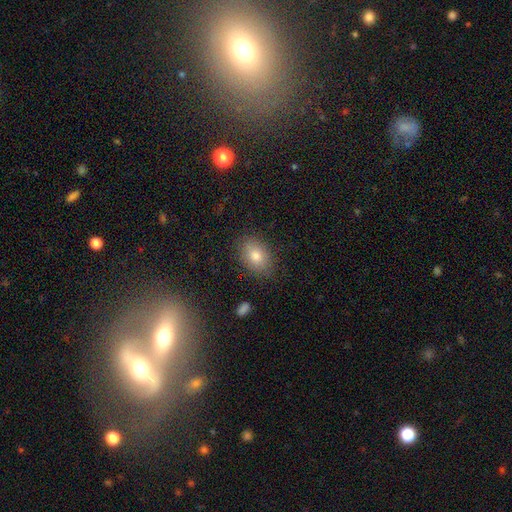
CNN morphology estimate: type=smooth (79%); roundness=in between (81%); merging=none (84%).